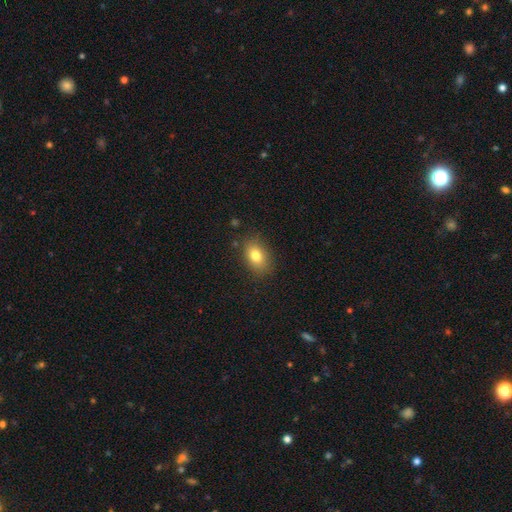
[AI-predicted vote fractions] Smooth or featured: smooth — 80% (star or artifact — 10%)
How rounded: in between — 80% (round — 19%)
Merging: none — 84% (minor disturbance — 11%)